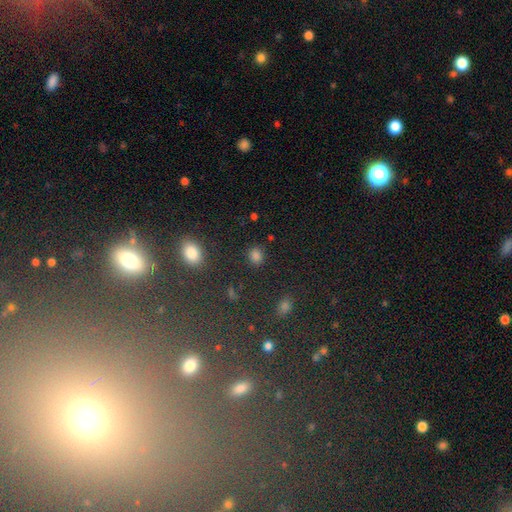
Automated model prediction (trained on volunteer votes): smooth_or_featured: smooth (p=0.79) [alt: star or artifact p=0.16]
how_rounded: round (p=0.66) [alt: in between p=0.33]
merging: none (p=0.83) [alt: minor disturbance p=0.10]